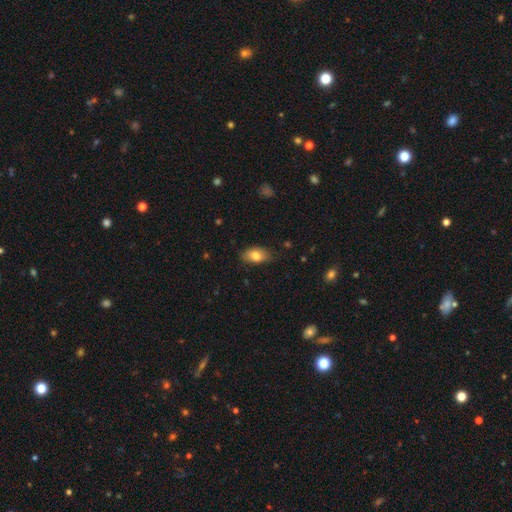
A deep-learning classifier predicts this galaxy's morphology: smooth_or_featured: smooth (p=0.82) [alt: featured or disk p=0.11]
how_rounded: in between (p=0.90) [alt: round p=0.07]
merging: none (p=0.76) [alt: minor disturbance p=0.19]